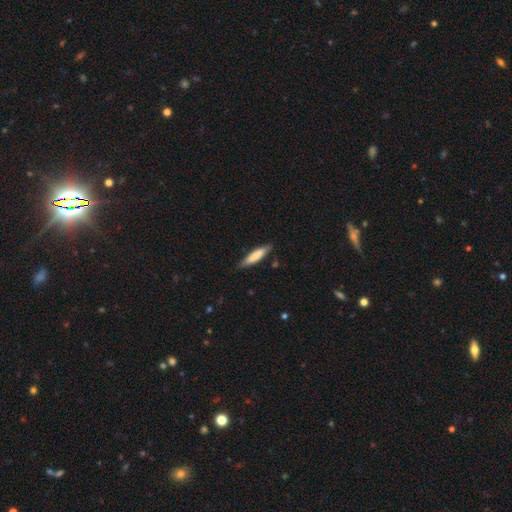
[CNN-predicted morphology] This is likely a smooth galaxy (75%). How rounded: likely cigar-shaped (79%). Merging: clearly none (81%).